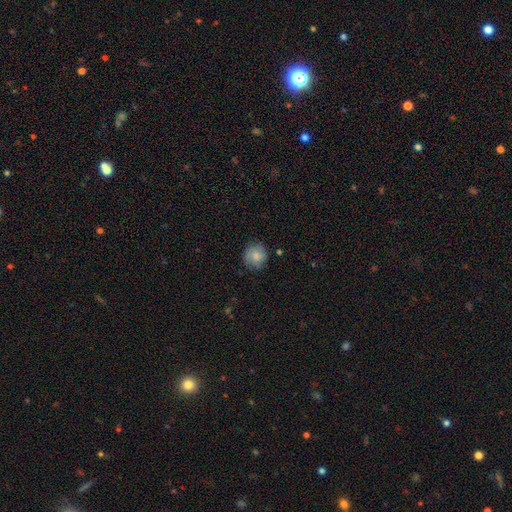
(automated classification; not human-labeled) smooth_or_featured: smooth (p=0.78) [alt: featured or disk p=0.15]
how_rounded: round (p=0.90) [alt: in between p=0.09]
merging: none (p=0.80) [alt: minor disturbance p=0.16]